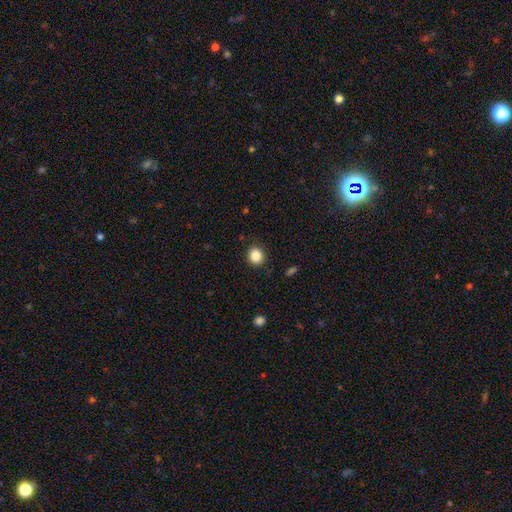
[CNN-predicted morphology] This appears to be a smooth galaxy with no disk features (86%) that is round (87%). Merging: none (90%).